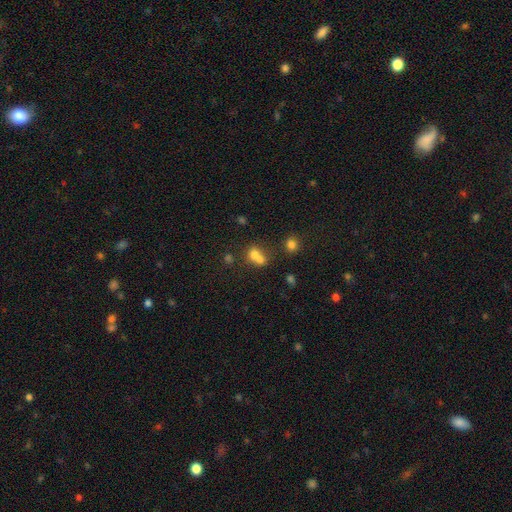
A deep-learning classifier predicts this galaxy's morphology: A smooth galaxy with no disk features (69%) that is round (60%).

Vote fractions:
- Smooth or featured? smooth: 69% / featured or disk: 17% / star or artifact: 15%
- How rounded? round: 60% / in between: 38% / cigar-shaped: 1%
- Merging? merger: 64% / none: 25% / minor disturbance: 7% / major disturbance: 4%